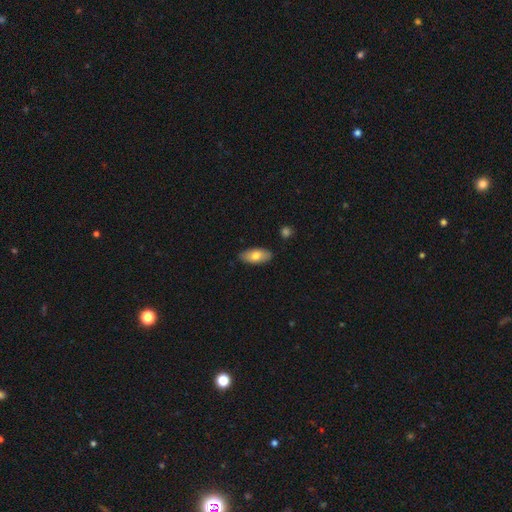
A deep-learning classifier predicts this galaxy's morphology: This appears to be a smooth galaxy with no disk features (73%) that is in between round and cigar-shaped (90%). Merging: none (86%).